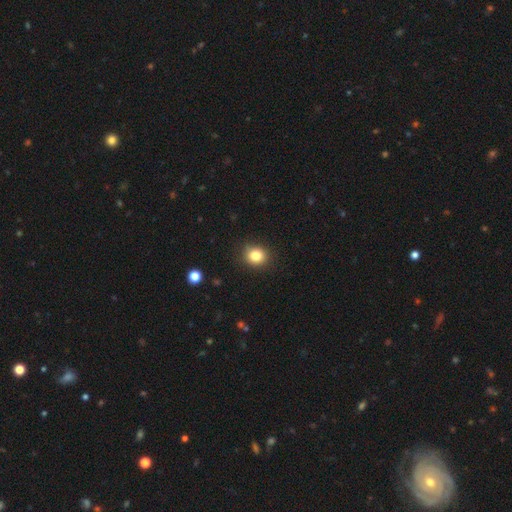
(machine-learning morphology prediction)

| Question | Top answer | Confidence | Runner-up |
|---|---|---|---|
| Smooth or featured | smooth | 83% | star or artifact (11%) |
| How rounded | round | 74% | in between (25%) |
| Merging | none | 88% | minor disturbance (9%) |